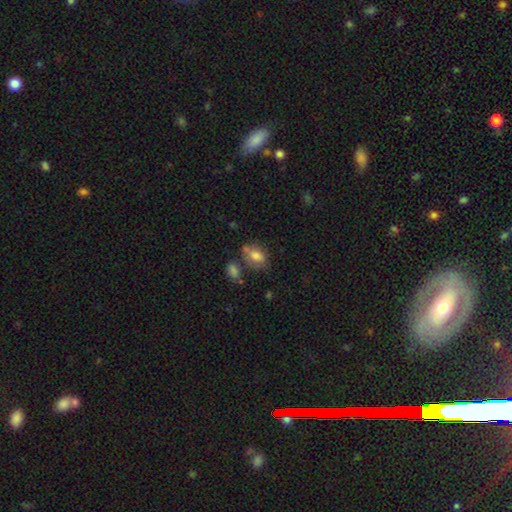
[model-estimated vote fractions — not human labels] Smooth or featured? smooth (75%)
How rounded? in between (73%)
Merging? none (49%)